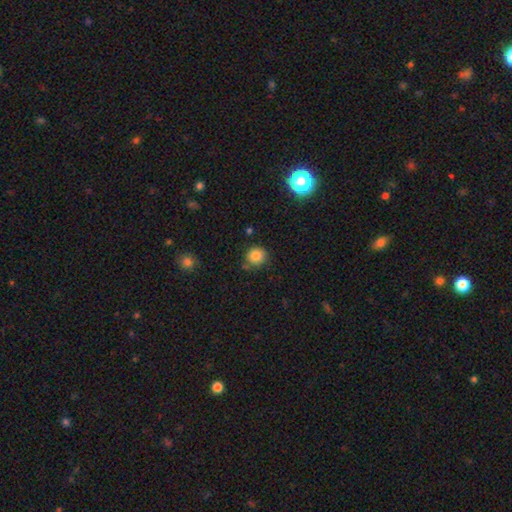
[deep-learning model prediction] A smooth galaxy with no disk features (82%) that is round (88%). Merging: none (78%).